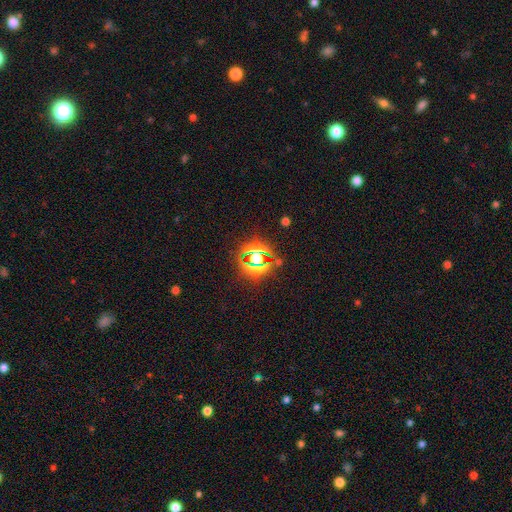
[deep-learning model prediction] Morphology: type=star or artifact (68%).